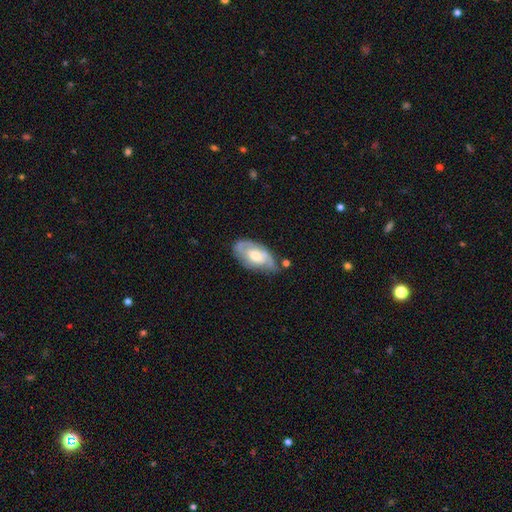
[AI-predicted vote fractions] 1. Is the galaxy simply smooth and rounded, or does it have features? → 70% featured or disk, 25% smooth, 6% star or artifact.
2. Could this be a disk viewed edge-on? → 93% no, 7% yes.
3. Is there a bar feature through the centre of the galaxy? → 59% no, 34% weak, 7% strong.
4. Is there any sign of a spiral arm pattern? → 82% yes, 18% no.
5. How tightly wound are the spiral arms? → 49% tight, 38% medium, 13% loose.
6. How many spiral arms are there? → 50% 2, 30% can't tell, 8% 3, 8% 1, 2% 4, 2% more than 4.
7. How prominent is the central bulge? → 62% moderate, 23% small, 12% large, 2% none, 1% dominant.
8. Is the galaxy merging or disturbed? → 60% none, 28% minor disturbance, 8% major disturbance, 4% merger.